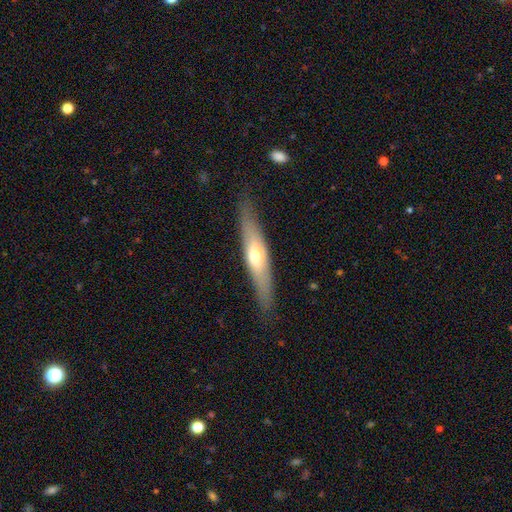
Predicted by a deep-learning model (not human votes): This appears to be a featured or disk galaxy (52%) viewed edge-on (79%). Merging: none (84%).